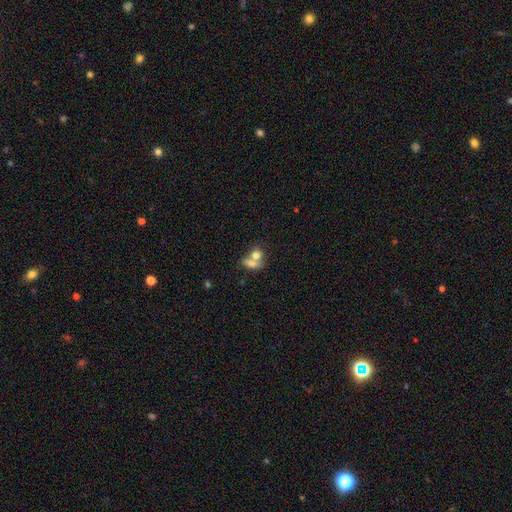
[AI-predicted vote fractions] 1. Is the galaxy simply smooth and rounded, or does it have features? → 72% smooth, 19% featured or disk, 9% star or artifact.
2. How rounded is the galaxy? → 53% in between, 42% round, 5% cigar-shaped.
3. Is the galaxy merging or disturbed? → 65% merger, 24% none, 6% minor disturbance, 4% major disturbance.